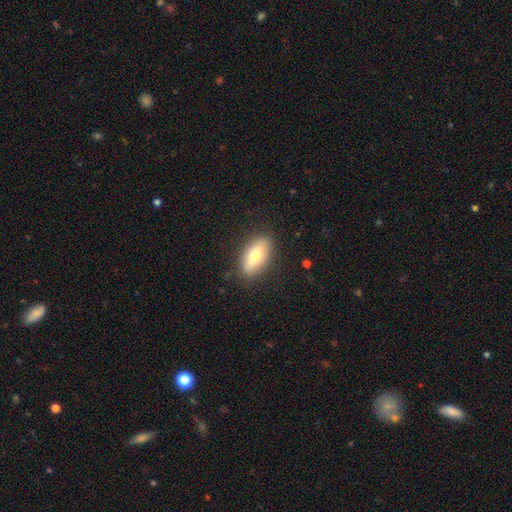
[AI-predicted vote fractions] smooth-or-featured: smooth: 70% | featured or disk: 23% | star or artifact: 7%
  how-rounded: in between: 86% | cigar-shaped: 11% | round: 4%
  merging: none: 86% | minor disturbance: 11% | major disturbance: 3% | merger: 1%